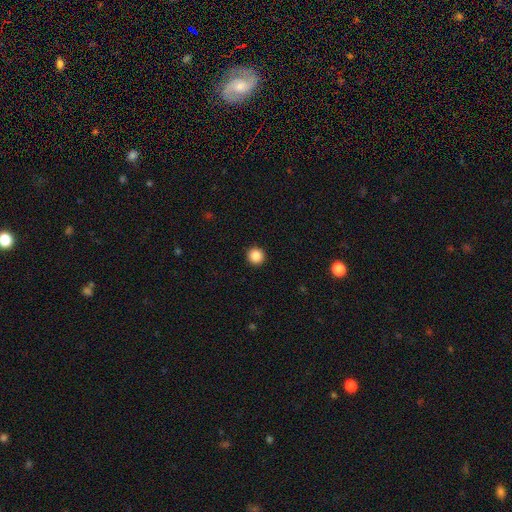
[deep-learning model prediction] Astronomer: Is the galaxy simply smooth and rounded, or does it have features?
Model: smooth — 87%.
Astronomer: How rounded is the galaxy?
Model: round — 96%.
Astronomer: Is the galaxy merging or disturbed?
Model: none — 94%.